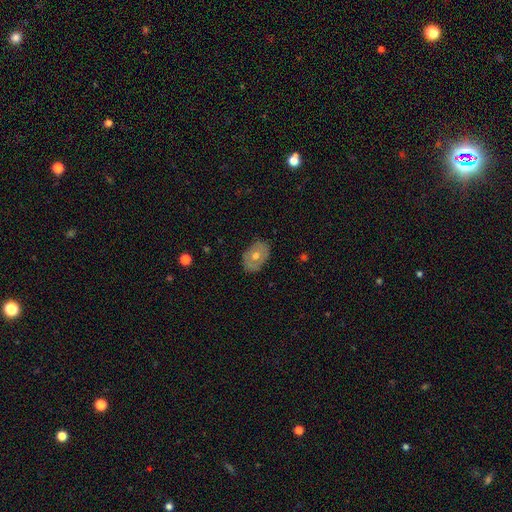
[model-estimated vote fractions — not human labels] Smooth or featured? smooth (48%)
Merging? none (84%)